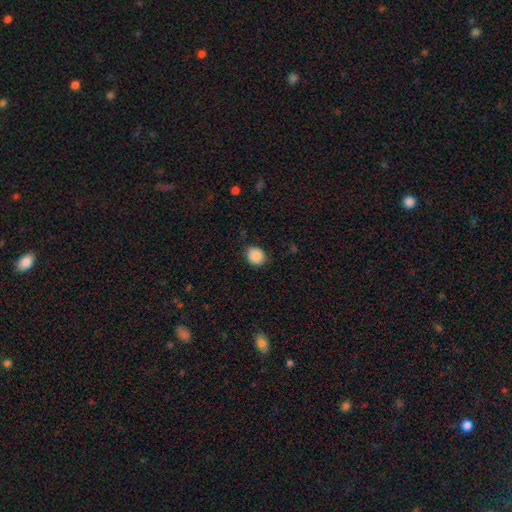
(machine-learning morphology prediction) smooth 88%, star or artifact 9%, featured or disk 3%. Down the decision tree: how rounded — round (77%); merging — none (83%).